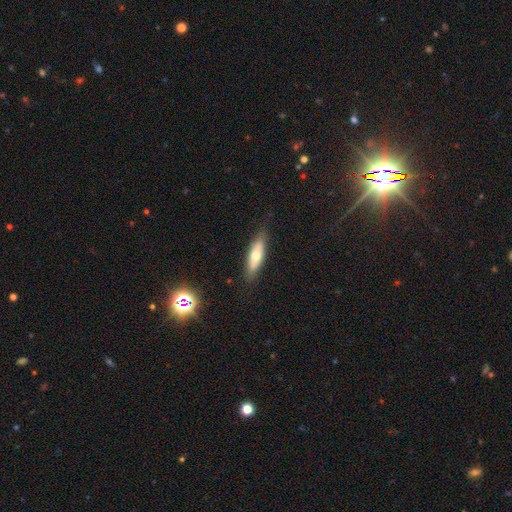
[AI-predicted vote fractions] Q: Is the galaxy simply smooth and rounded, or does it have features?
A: smooth — 60%.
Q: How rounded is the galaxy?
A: cigar-shaped — 52%.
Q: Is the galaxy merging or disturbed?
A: none — 83%.